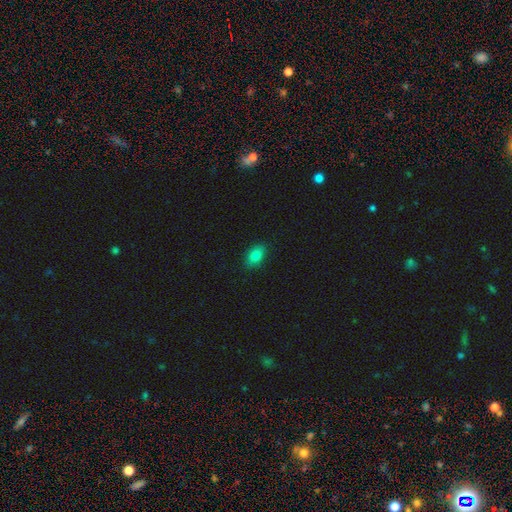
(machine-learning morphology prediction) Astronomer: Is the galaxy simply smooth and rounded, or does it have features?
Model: smooth — 81%.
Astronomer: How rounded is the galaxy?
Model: in between — 86%.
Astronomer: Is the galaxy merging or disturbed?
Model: none — 88%.